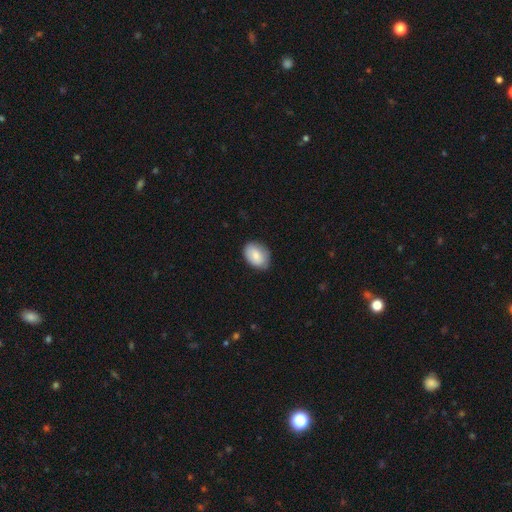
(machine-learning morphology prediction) This appears to be a smooth galaxy with no disk features (80%) that is in between round and cigar-shaped (81%). Merging: none (77%).